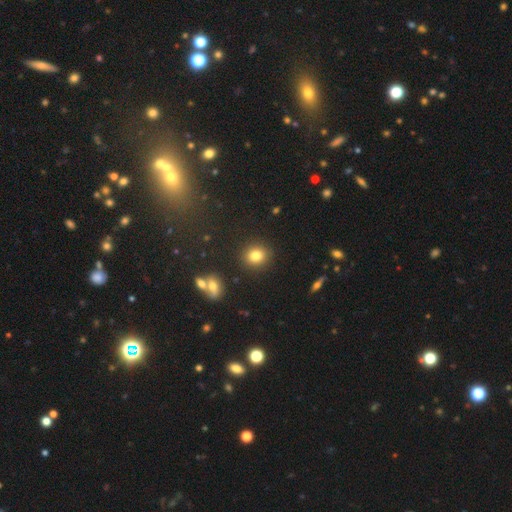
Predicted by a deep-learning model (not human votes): Smooth or featured: smooth — 81% (star or artifact — 11%)
How rounded: round — 77% (in between — 22%)
Merging: none — 87% (minor disturbance — 7%)